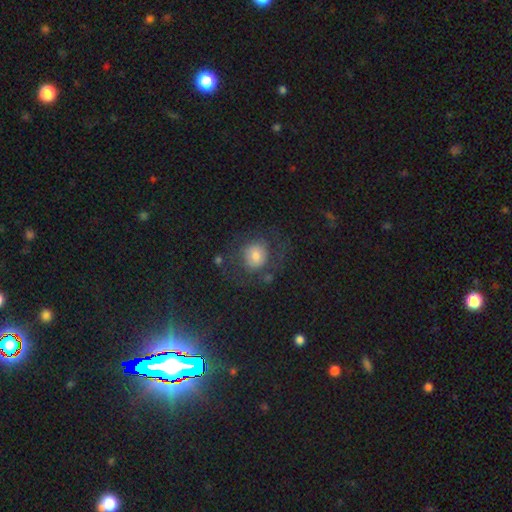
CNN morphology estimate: Smooth or featured? Predicted: smooth (p=0.61). How rounded? Predicted: round (p=0.74). Merging? Predicted: none (p=0.60).